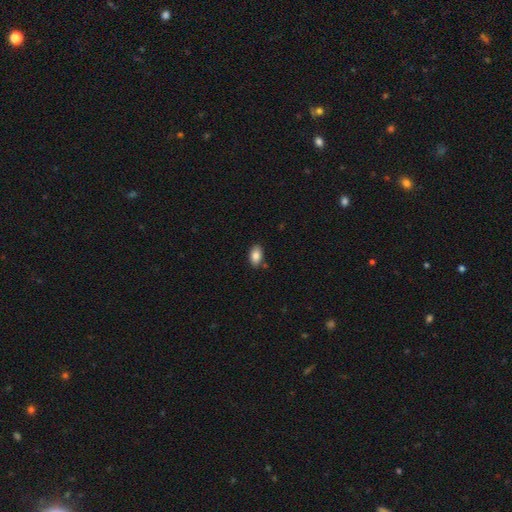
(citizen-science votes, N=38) Overall: smooth (87%). How rounded: in between (88%). Merging: none (84%).